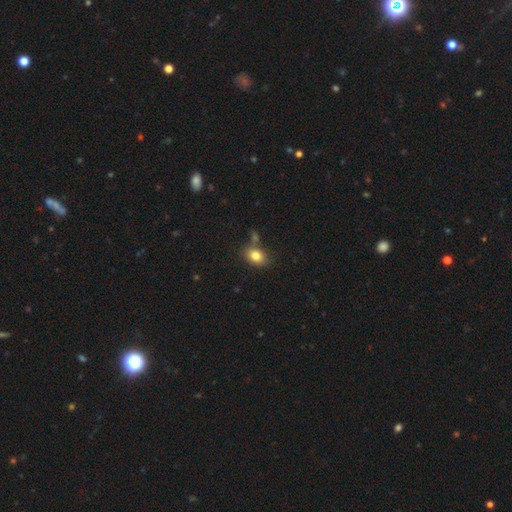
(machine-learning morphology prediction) Smooth or featured? smooth (82%)
How rounded? in between (65%)
Merging? none (65%)